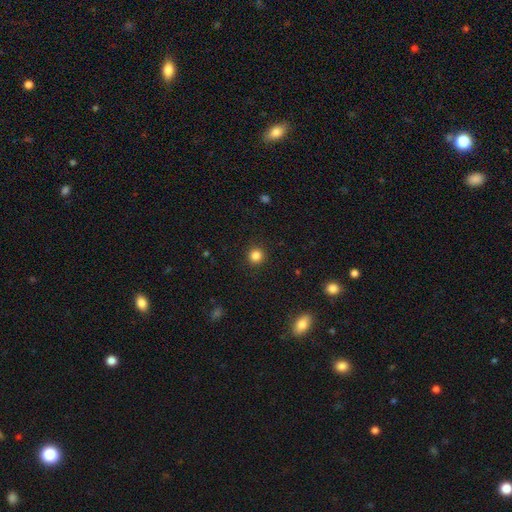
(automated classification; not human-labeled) Smooth or featured?
  - smooth: 83% *
  - star or artifact: 12%
  - featured or disk: 4%
How rounded?
  - round: 94% *
  - in between: 5%
  - cigar-shaped: 1%
Merging?
  - none: 92% *
  - minor disturbance: 5%
  - major disturbance: 2%
  - merger: 1%